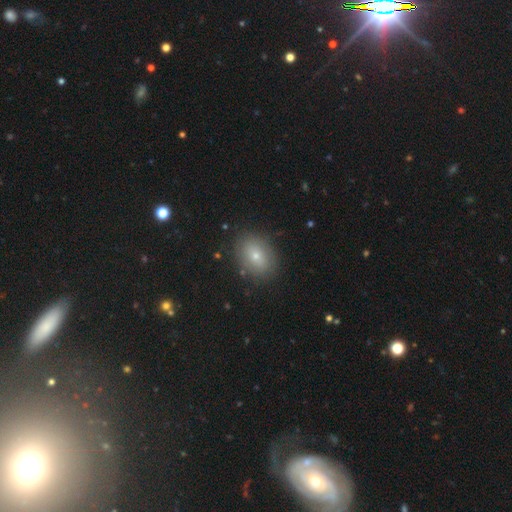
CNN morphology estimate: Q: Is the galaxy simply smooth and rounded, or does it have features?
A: smooth — 70%.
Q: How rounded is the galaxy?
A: in between — 72%.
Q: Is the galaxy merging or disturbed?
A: none — 84%.